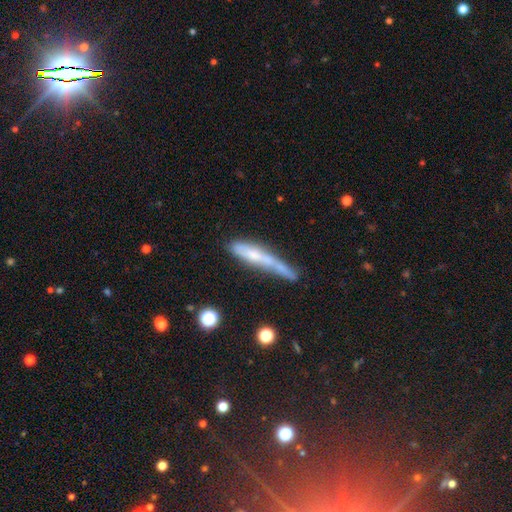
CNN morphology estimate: Smooth or featured?
  - smooth: 52% *
  - featured or disk: 40%
  - star or artifact: 8%
How rounded?
  - cigar-shaped: 89% *
  - in between: 9%
  - round: 2%
Merging?
  - none: 41% *
  - minor disturbance: 29%
  - merger: 17%
  - major disturbance: 14%